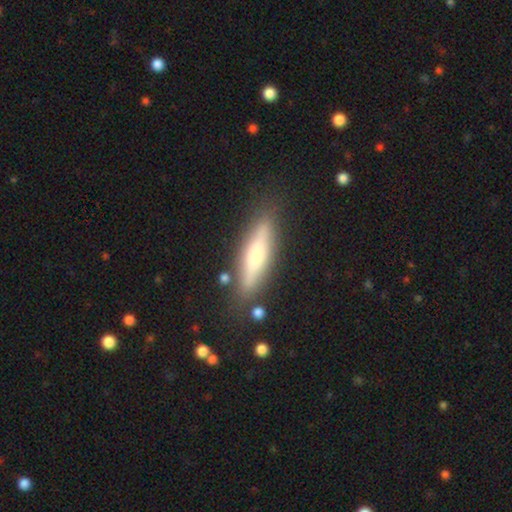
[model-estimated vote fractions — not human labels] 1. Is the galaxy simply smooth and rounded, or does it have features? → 52% smooth, 41% featured or disk, 7% star or artifact.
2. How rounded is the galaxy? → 73% cigar-shaped, 25% in between, 2% round.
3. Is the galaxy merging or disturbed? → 82% none, 12% minor disturbance, 3% major disturbance, 3% merger.